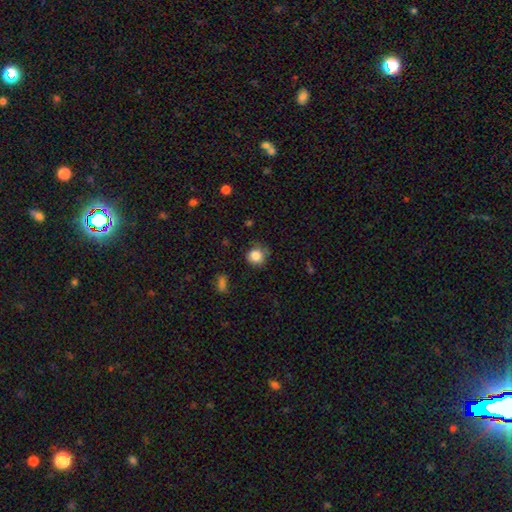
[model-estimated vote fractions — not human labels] A smooth galaxy with no disk features (84%) that is round (89%).

Vote fractions:
- Smooth or featured? smooth: 84% / star or artifact: 11% / featured or disk: 6%
- How rounded? round: 89% / in between: 10% / cigar-shaped: 1%
- Merging? none: 76% / minor disturbance: 18% / major disturbance: 4% / merger: 2%